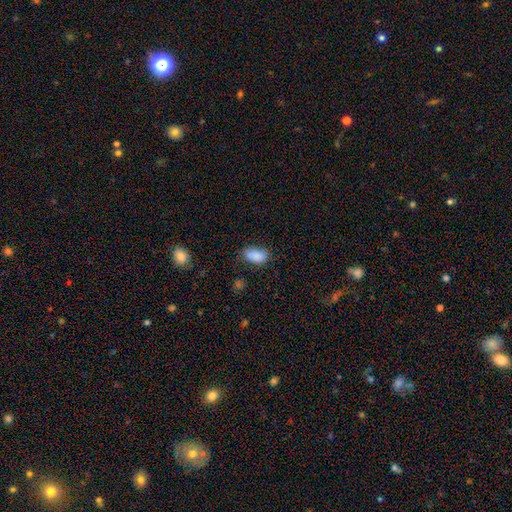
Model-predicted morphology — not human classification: This appears to be a smooth galaxy with no disk features (87%) that is in between round and cigar-shaped (91%). Merging: none (70%).